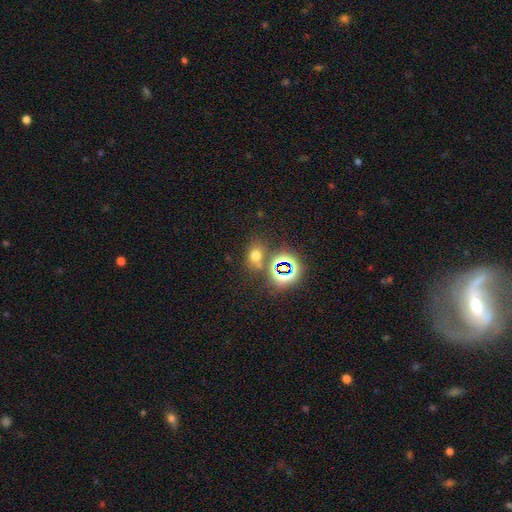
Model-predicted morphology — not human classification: A smooth galaxy with no disk features (58%) that is in between round and cigar-shaped (52%). Merging: none (68%).